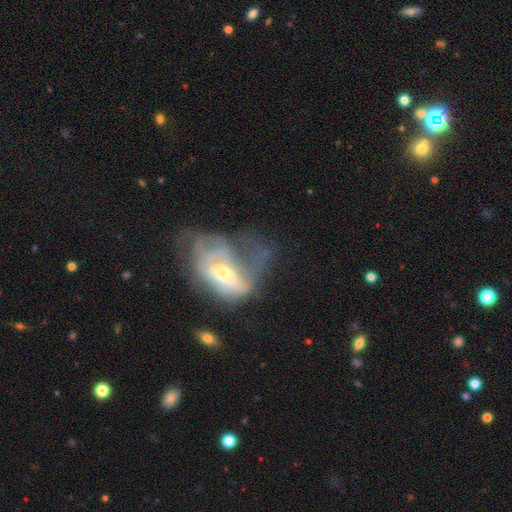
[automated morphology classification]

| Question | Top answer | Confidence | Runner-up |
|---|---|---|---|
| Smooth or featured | featured or disk | 60% | smooth (27%) |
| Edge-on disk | no | 95% | yes (5%) |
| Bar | no | 58% | weak (31%) |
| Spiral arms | no | 59% | yes (41%) |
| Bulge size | moderate | 56% | small (22%) |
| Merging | major disturbance | 56% | none (19%) |